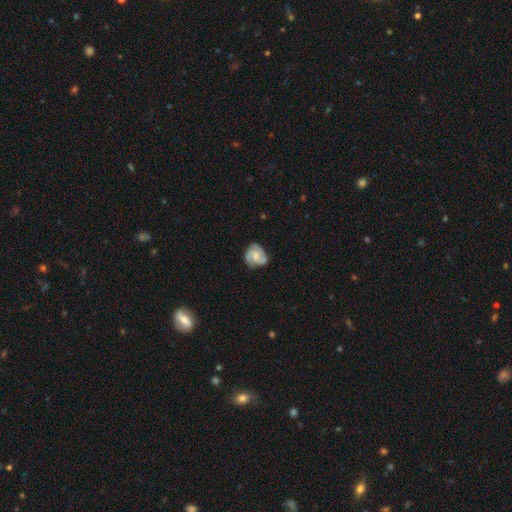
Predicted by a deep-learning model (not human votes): This appears to be a featured or disk galaxy (69%) with no bar (58%), 2 (57%) tight (47%) spiral arms (94%) and a moderate central bulge (40%). Merging: none (71%).